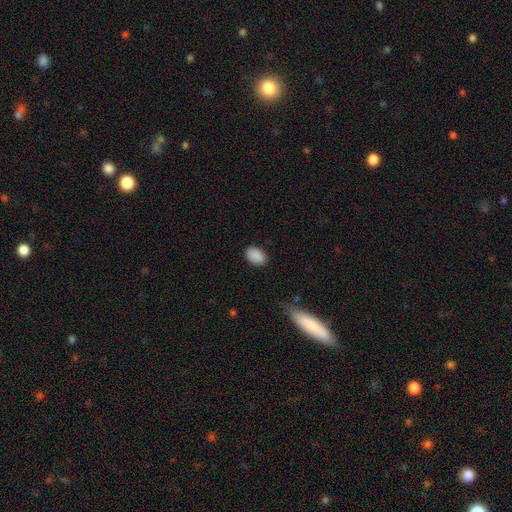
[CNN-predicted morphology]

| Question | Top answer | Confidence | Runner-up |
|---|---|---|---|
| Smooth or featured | smooth | 90% | star or artifact (7%) |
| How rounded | in between | 87% | round (12%) |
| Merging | none | 85% | minor disturbance (11%) |